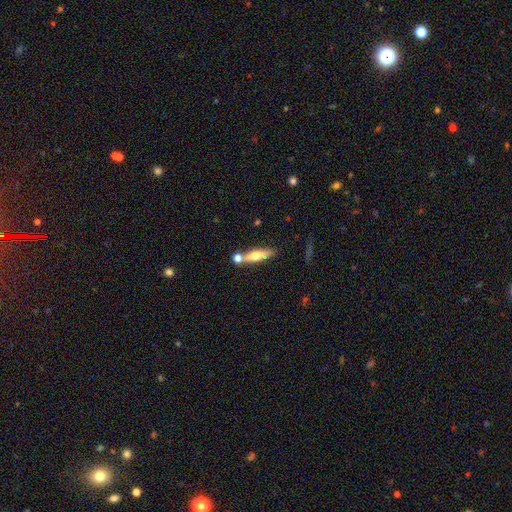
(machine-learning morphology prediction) Smooth or featured: smooth — 52% (featured or disk — 41%)
How rounded: cigar-shaped — 70% (in between — 27%)
Merging: none — 60% (merger — 22%)